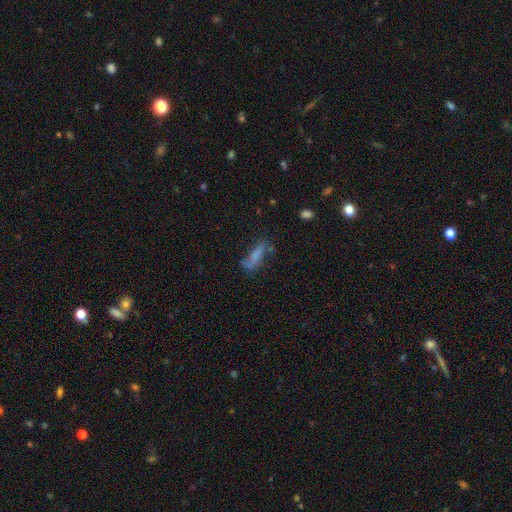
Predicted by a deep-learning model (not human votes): A smooth galaxy with no disk features (62%) that is cigar-shaped (54%). Merging: none (46%).